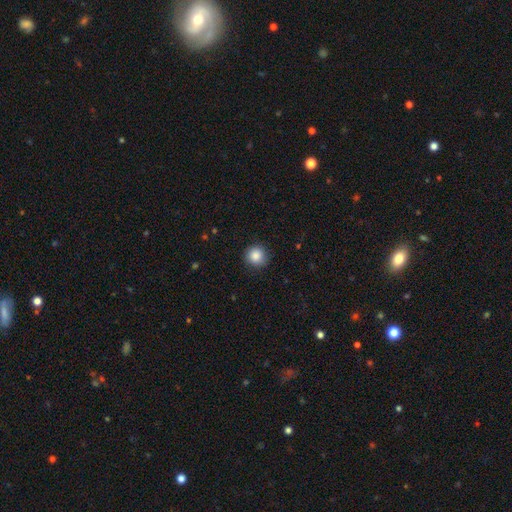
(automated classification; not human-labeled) Q: Smooth or featured?
A: smooth (87%); runner-up: star or artifact (9%)
Q: How rounded?
A: round (93%); runner-up: in between (6%)
Q: Merging?
A: none (87%); runner-up: minor disturbance (9%)